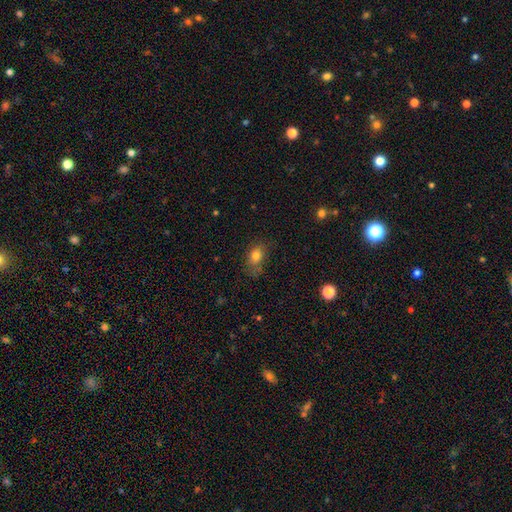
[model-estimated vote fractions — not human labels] The model was most divided on "merging": none: 59%, minor disturbance: 27%, major disturbance: 12%, merger: 3%. More confident: smooth or featured — smooth (79%); how rounded — in between (72%).